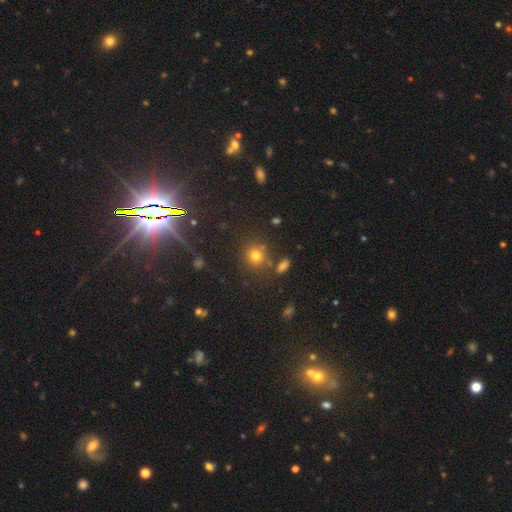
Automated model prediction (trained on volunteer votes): A smooth galaxy with no disk features (73%) that is round (85%).

Vote fractions:
- Smooth or featured? smooth: 73% / star or artifact: 18% / featured or disk: 8%
- How rounded? round: 85% / in between: 14% / cigar-shaped: 1%
- Merging? none: 76% / minor disturbance: 11% / merger: 8% / major disturbance: 4%